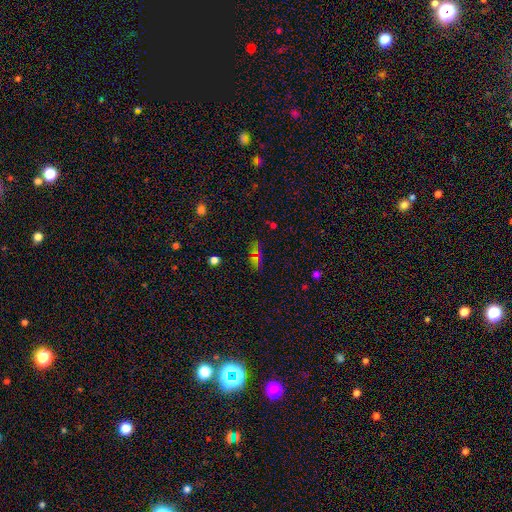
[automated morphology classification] A smooth galaxy with no disk features (61%) that is in between round and cigar-shaped (79%).

Vote fractions:
- Smooth or featured? smooth: 61% / star or artifact: 27% / featured or disk: 12%
- How rounded? in between: 79% / cigar-shaped: 14% / round: 7%
- Merging? none: 81% / minor disturbance: 12% / major disturbance: 4% / merger: 3%